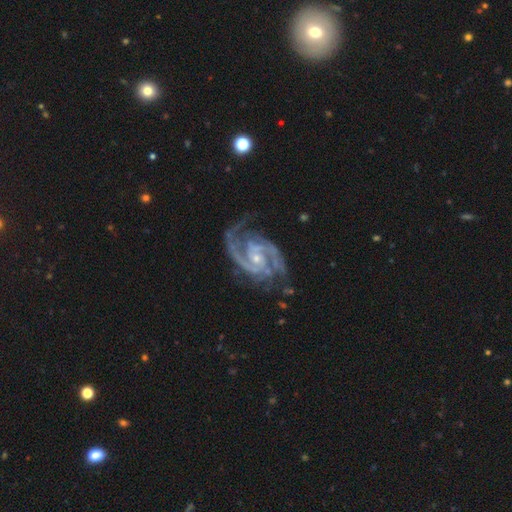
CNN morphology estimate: Smooth or featured? featured or disk (92%)
Edge-on disk? no (98%)
Bar? weak (42%)
Spiral arms? yes (99%)
Spiral winding? medium (55%)
Spiral arm count? 2 (79%)
Bulge size? small (70%)
Merging? none (71%)